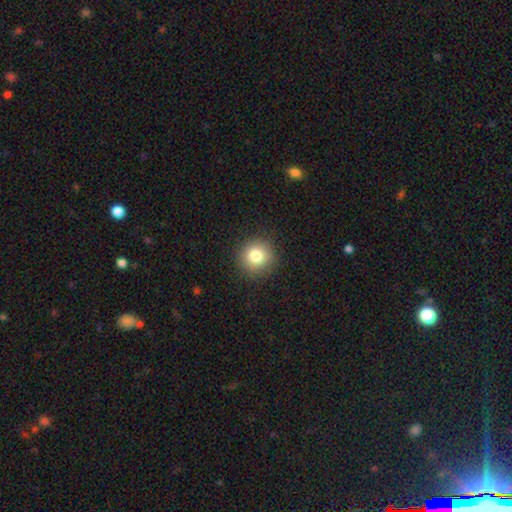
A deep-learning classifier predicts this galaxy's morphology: Smooth or featured? smooth (81%)
How rounded? round (92%)
Merging? none (90%)